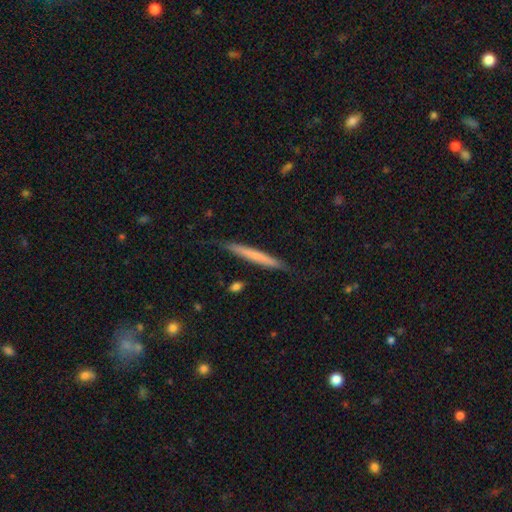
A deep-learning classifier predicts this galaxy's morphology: Smooth or featured?
  - smooth: 58% *
  - featured or disk: 37%
  - star or artifact: 5%
How rounded?
  - cigar-shaped: 97% *
  - in between: 2%
  - round: 1%
Merging?
  - none: 83% *
  - minor disturbance: 13%
  - major disturbance: 2%
  - merger: 1%